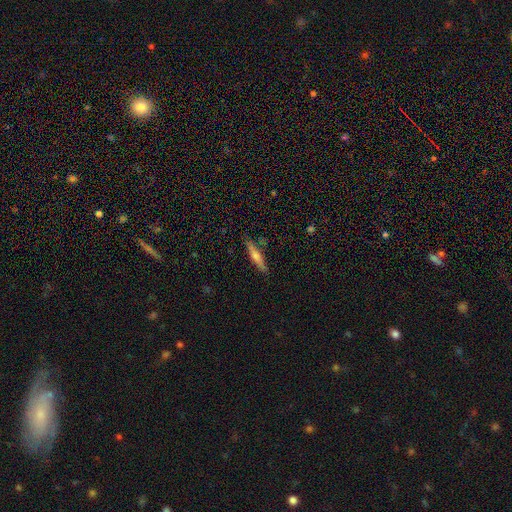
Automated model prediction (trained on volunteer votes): Smooth or featured? featured or disk (49%)
Merging? none (85%)